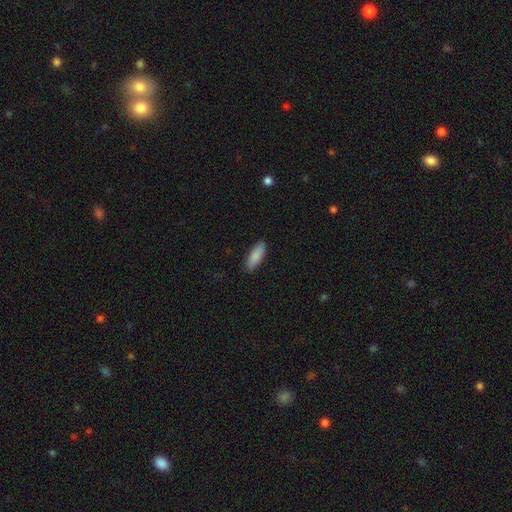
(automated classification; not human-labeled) A smooth galaxy with no disk features (89%) that is in between round and cigar-shaped (65%). Merging: none (89%).